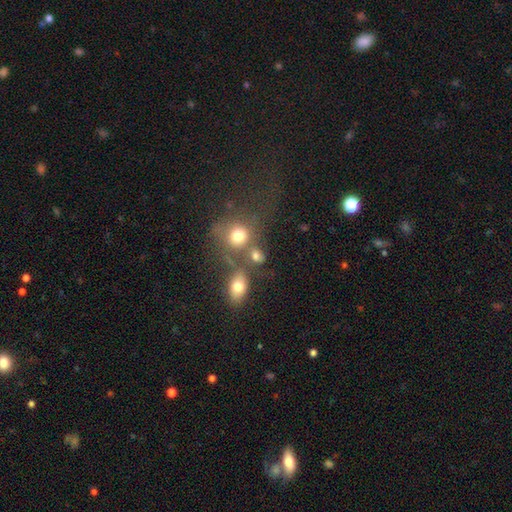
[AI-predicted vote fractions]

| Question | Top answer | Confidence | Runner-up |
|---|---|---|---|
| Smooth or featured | smooth | 75% | star or artifact (14%) |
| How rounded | in between | 49% | round (48%) |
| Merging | none | 48% | merger (30%) |